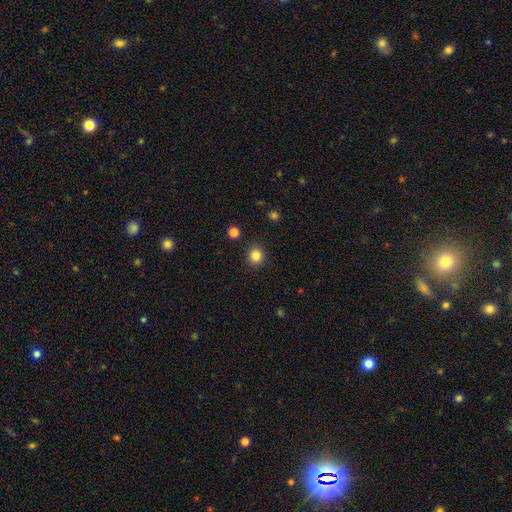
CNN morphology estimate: A smooth galaxy with no disk features (83%) that is round (88%).

Vote fractions:
- Smooth or featured? smooth: 83% / star or artifact: 12% / featured or disk: 5%
- How rounded? round: 88% / in between: 11% / cigar-shaped: 1%
- Merging? none: 91% / minor disturbance: 6% / major disturbance: 2% / merger: 2%